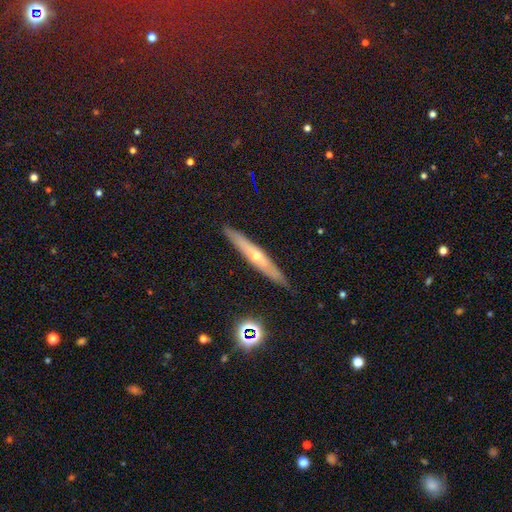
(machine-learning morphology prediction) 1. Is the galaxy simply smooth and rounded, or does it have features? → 61% featured or disk, 29% smooth, 10% star or artifact.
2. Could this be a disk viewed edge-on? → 90% yes, 10% no.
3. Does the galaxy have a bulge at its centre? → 72% rounded, 25% none, 3% boxy.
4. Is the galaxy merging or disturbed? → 87% none, 10% minor disturbance, 2% major disturbance, 1% merger.